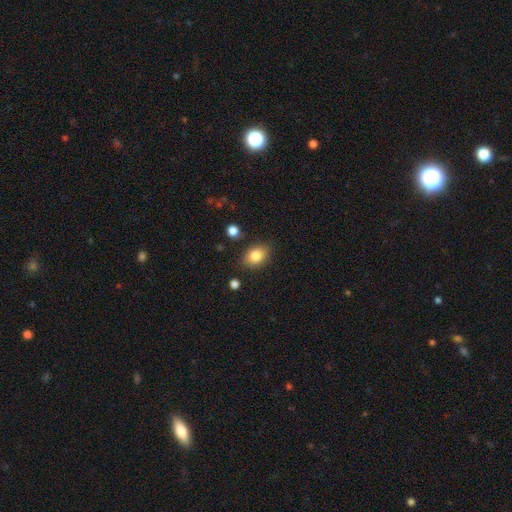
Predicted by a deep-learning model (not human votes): smooth_or_featured: smooth (p=0.83) [alt: star or artifact p=0.09]
how_rounded: in between (p=0.73) [alt: round p=0.26]
merging: none (p=0.82) [alt: minor disturbance p=0.12]